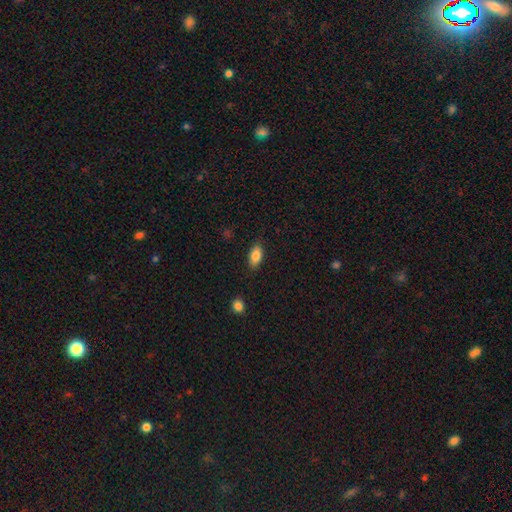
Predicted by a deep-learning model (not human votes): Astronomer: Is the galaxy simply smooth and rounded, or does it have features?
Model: smooth — 84%.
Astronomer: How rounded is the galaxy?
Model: in between — 90%.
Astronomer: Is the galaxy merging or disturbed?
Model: none — 85%.